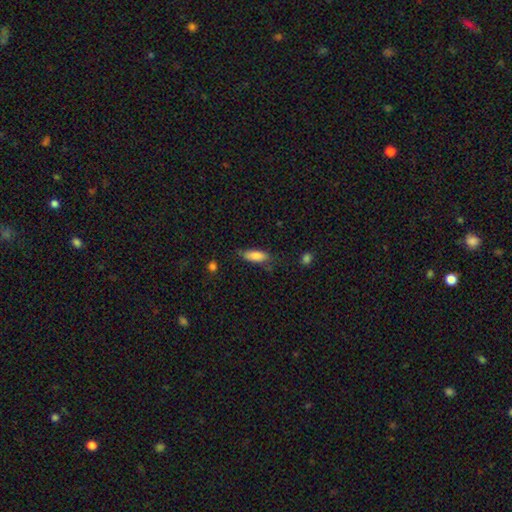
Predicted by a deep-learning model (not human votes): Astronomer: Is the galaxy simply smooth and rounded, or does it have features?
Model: smooth — 84%.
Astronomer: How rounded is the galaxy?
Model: in between — 71%.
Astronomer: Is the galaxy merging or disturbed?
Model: none — 68%.